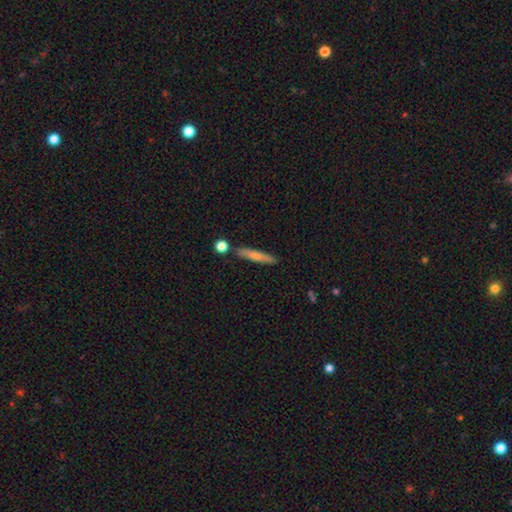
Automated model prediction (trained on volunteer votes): This is likely a smooth galaxy (67%). How rounded: clearly cigar-shaped (91%). Merging: clearly none (81%).